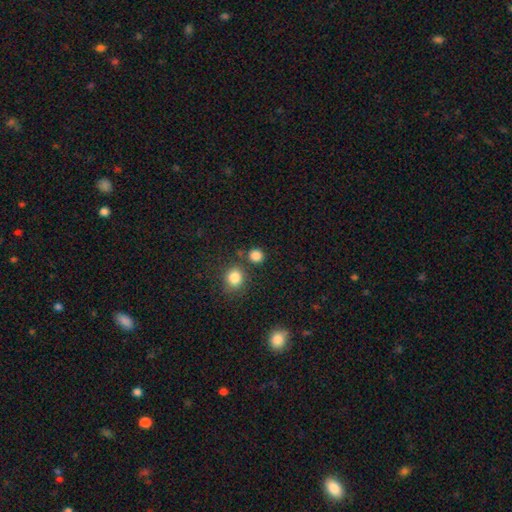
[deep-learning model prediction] A smooth galaxy with no disk features (84%) that is round (87%). Merging: none (77%).